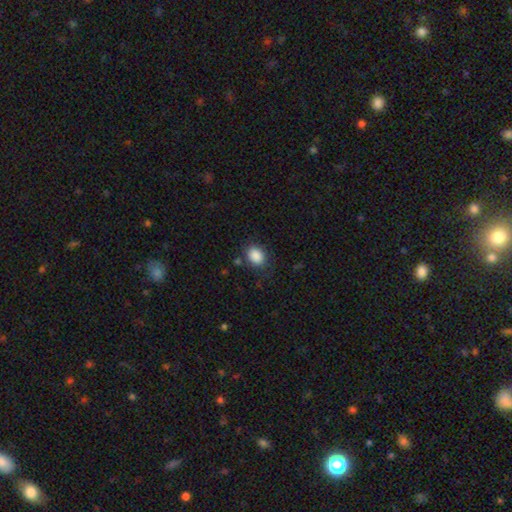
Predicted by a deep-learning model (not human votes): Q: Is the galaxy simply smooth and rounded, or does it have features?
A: smooth — 88%.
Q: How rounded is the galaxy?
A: in between — 59%.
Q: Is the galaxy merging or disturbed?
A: none — 81%.